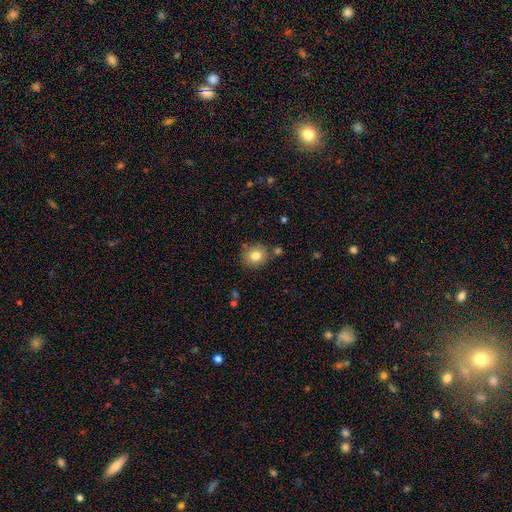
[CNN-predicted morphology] Smooth or featured? Predicted: smooth (p=0.80). How rounded? Predicted: round (p=0.85). Merging? Predicted: none (p=0.80).